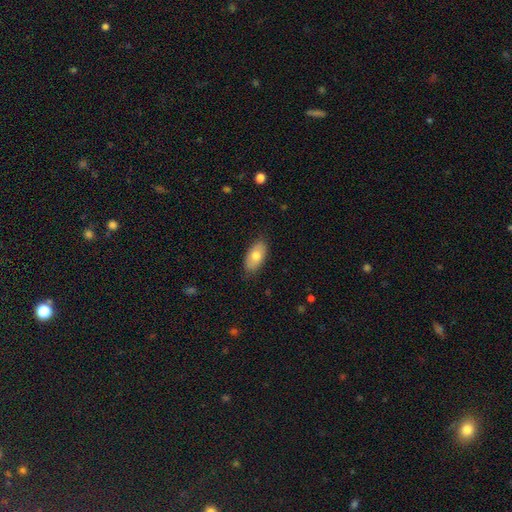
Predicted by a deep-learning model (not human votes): Q: Smooth or featured?
A: smooth (74%); runner-up: featured or disk (19%)
Q: How rounded?
A: in between (93%); runner-up: cigar-shaped (4%)
Q: Merging?
A: none (83%); runner-up: minor disturbance (13%)